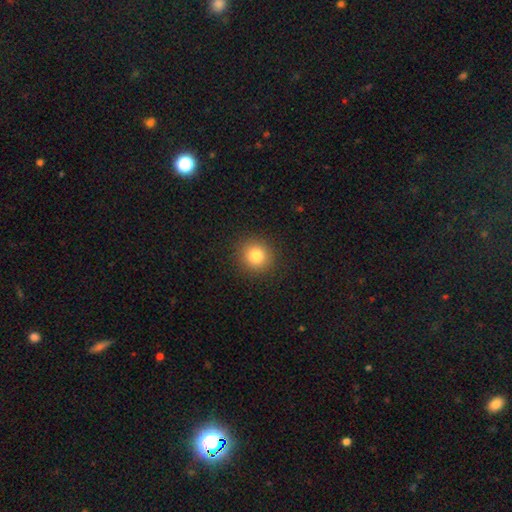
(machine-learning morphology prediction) A smooth galaxy with no disk features (82%) that is round (91%).

Vote fractions:
- Smooth or featured? smooth: 82% / star or artifact: 11% / featured or disk: 6%
- How rounded? round: 91% / in between: 8% / cigar-shaped: 1%
- Merging? none: 92% / minor disturbance: 5% / major disturbance: 2% / merger: 1%